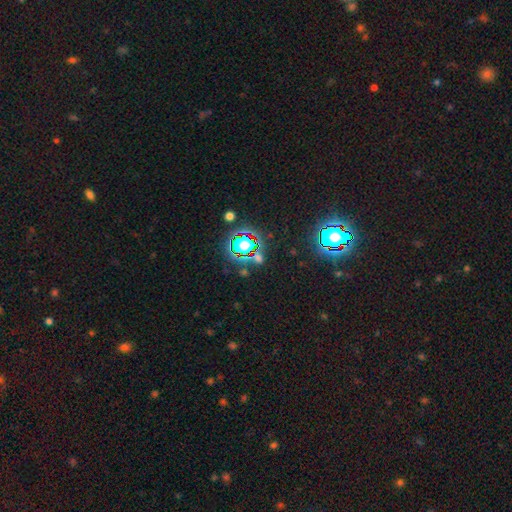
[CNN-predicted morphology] star or artifact 75%, smooth 16%, featured or disk 9%.